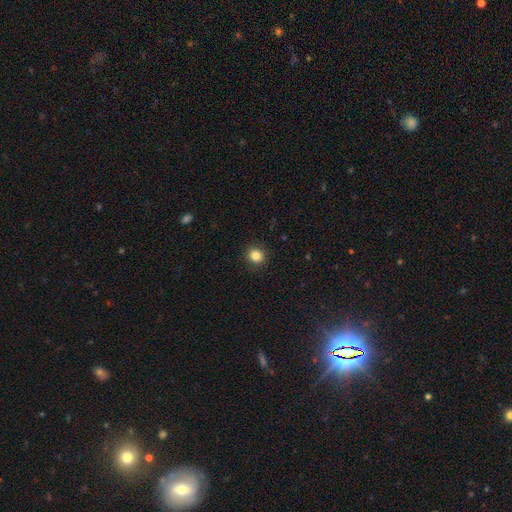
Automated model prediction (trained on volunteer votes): This is clearly a smooth galaxy (85%). How rounded: clearly round (88%). Merging: clearly none (91%).